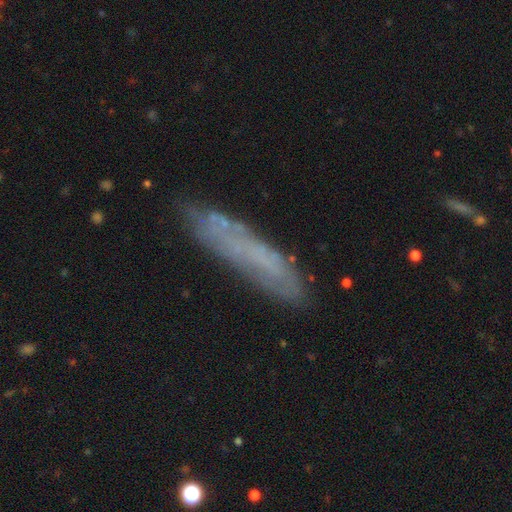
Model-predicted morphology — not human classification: smooth_or_featured: smooth (p=0.46) [alt: featured or disk p=0.44]
merging: none (p=0.70) [alt: minor disturbance p=0.20]